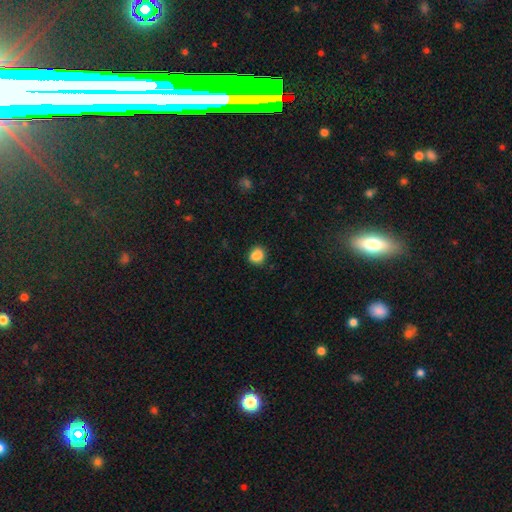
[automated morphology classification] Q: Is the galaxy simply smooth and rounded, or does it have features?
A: smooth — 87%.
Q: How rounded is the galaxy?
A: round — 78%.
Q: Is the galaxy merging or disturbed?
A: none — 87%.